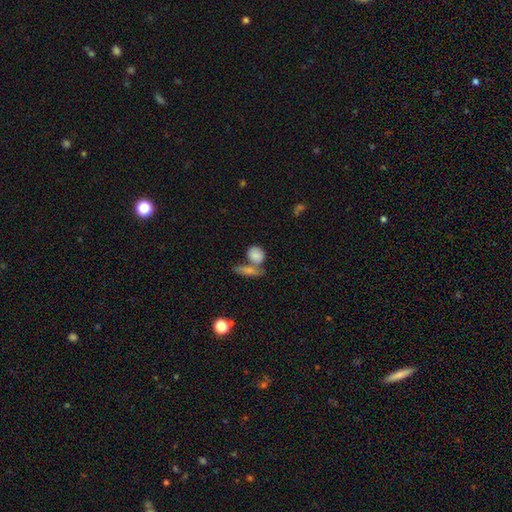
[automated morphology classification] The model was most divided on "merging": merger: 42%, none: 41%, minor disturbance: 11%, major disturbance: 5%. Remaining: smooth or featured — smooth (81%); how rounded — round (49%).